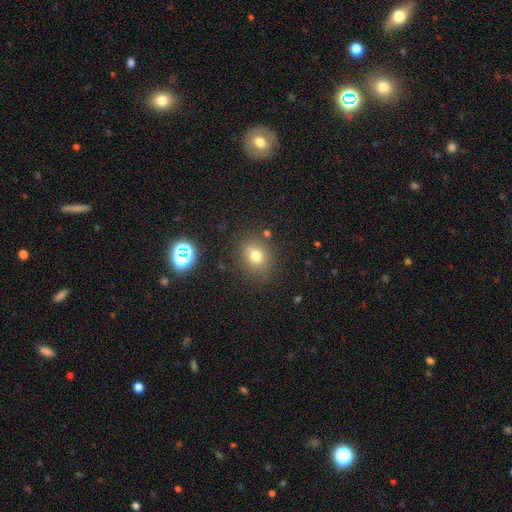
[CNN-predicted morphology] This is likely a smooth galaxy (73%). How rounded: likely round (64%). Merging: clearly none (80%).